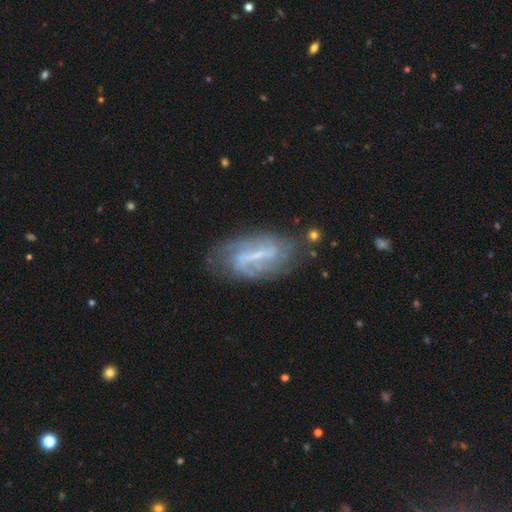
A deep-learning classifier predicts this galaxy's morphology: featured or disk 79%, smooth 14%, star or artifact 8%. Down the decision tree: edge-on disk — no (92%); bar — strong (57%); spiral arms — yes (84%); spiral arm count — 2 (56%); spiral winding — loose (37%); bulge size — small (49%); merging — none (68%).